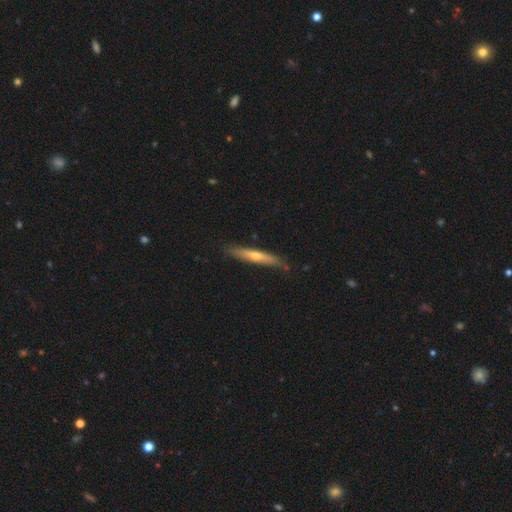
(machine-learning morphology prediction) A featured or disk galaxy (51%) viewed edge-on (91%).

Vote fractions:
- Smooth or featured? featured or disk: 51% / smooth: 43% / star or artifact: 6%
- Edge-on disk? yes: 91% / no: 9%
- Merging? none: 83% / minor disturbance: 14% / major disturbance: 2% / merger: 2%